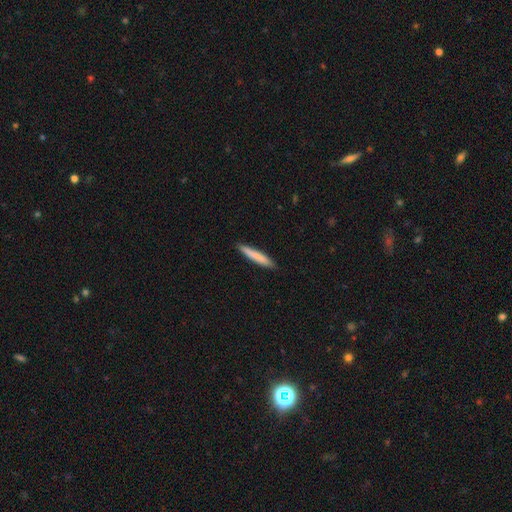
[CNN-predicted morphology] This appears to be a smooth galaxy with no disk features (80%) that is cigar-shaped (93%). Merging: none (89%).